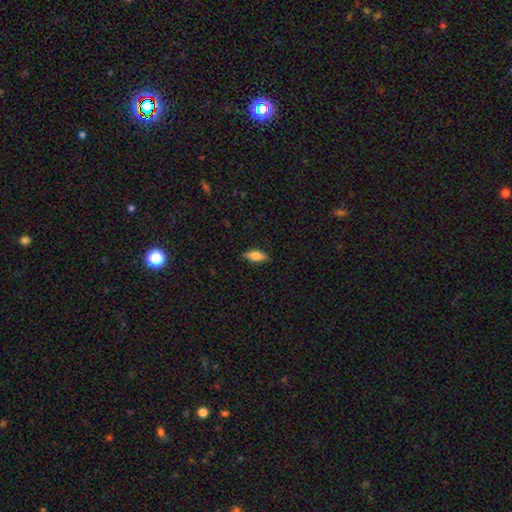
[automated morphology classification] A smooth galaxy with no disk features (63%) that is in between round and cigar-shaped (70%).

Vote fractions:
- Smooth or featured? smooth: 63% / featured or disk: 30% / star or artifact: 7%
- How rounded? in between: 70% / cigar-shaped: 26% / round: 3%
- Merging? none: 86% / minor disturbance: 11% / major disturbance: 2% / merger: 1%